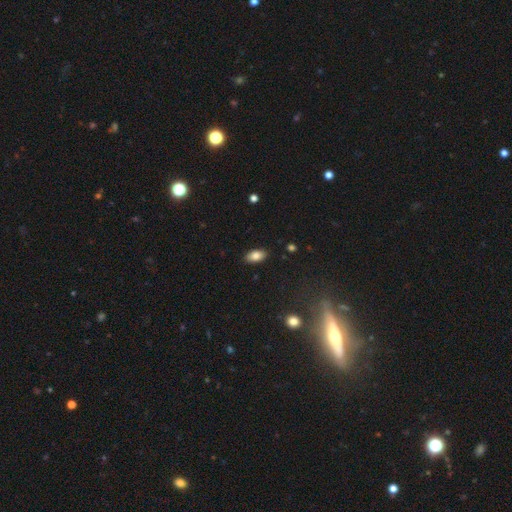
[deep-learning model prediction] Smooth or featured? smooth (83%)
How rounded? in between (93%)
Merging? none (87%)